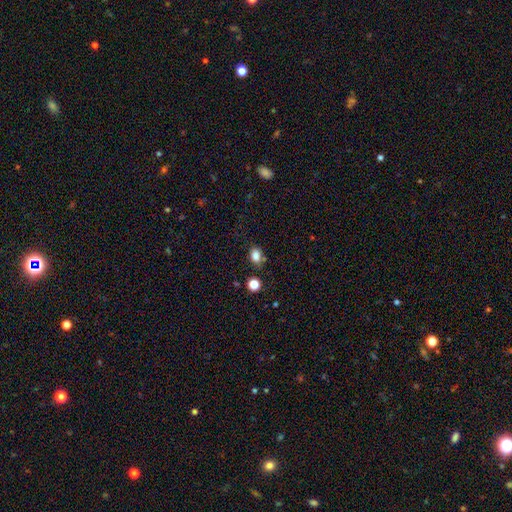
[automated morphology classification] Smooth or featured?
  - smooth: 83% *
  - star or artifact: 12%
  - featured or disk: 6%
How rounded?
  - in between: 71% *
  - round: 27%
  - cigar-shaped: 1%
Merging?
  - none: 73% *
  - minor disturbance: 15%
  - merger: 8%
  - major disturbance: 4%